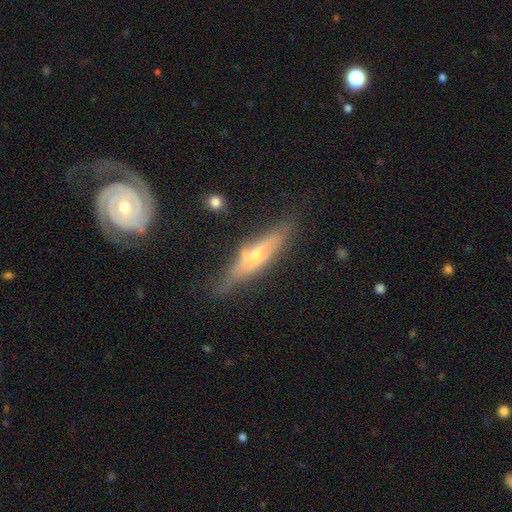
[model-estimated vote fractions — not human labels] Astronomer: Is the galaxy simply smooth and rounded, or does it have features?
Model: featured or disk — 68%.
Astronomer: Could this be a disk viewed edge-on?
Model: yes — 84%.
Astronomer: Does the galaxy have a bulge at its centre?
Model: rounded — 82%.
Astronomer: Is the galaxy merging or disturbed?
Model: none — 71%.